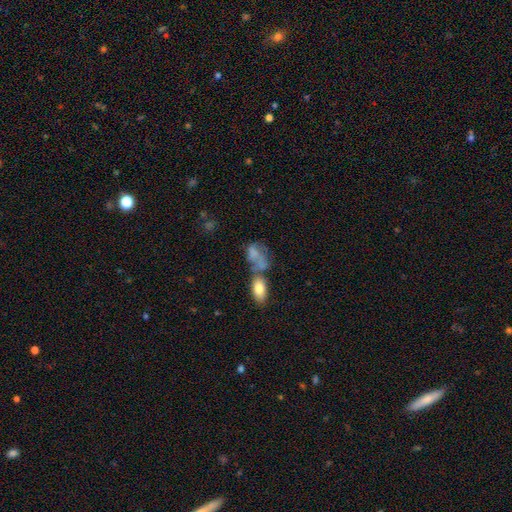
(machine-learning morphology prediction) Smooth or featured? smooth (61%)
How rounded? in between (84%)
Merging? merger (44%)